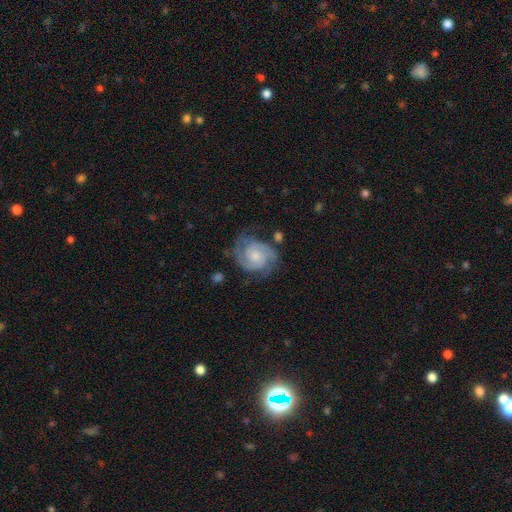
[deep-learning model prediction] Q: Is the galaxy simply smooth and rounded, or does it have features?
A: featured or disk — 86%.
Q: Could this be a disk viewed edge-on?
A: no — 98%.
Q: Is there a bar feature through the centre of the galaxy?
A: no — 66%.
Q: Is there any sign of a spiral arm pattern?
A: yes — 97%.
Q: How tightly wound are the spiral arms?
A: tight — 56%.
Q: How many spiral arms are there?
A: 2 — 70%.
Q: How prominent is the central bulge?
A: small — 45%.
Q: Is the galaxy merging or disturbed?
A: none — 69%.